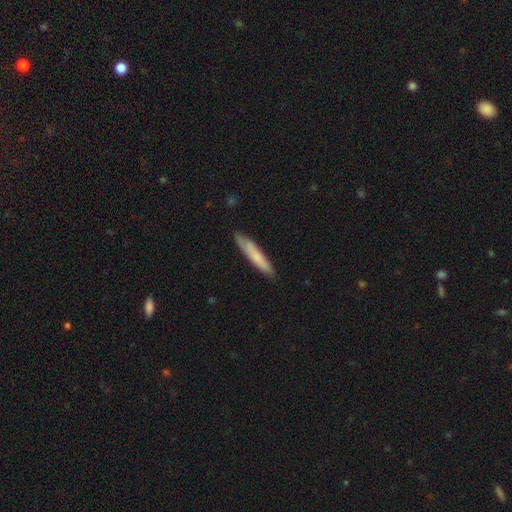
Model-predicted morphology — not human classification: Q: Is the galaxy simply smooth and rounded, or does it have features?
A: smooth — 71%.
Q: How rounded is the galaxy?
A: cigar-shaped — 92%.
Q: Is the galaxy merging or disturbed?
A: none — 85%.